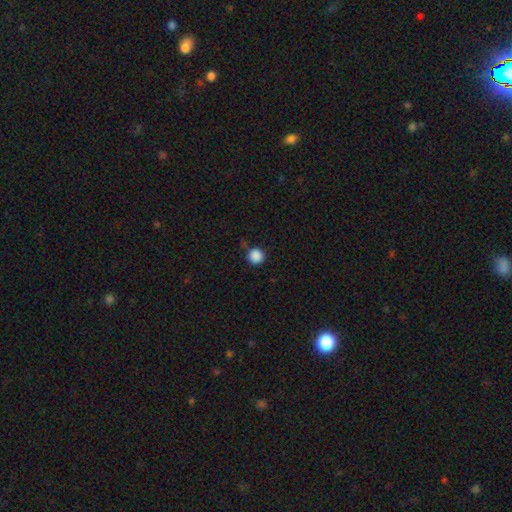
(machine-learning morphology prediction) smooth 88%, star or artifact 10%, featured or disk 2%. Down the decision tree: how rounded — round (95%); merging — none (86%).